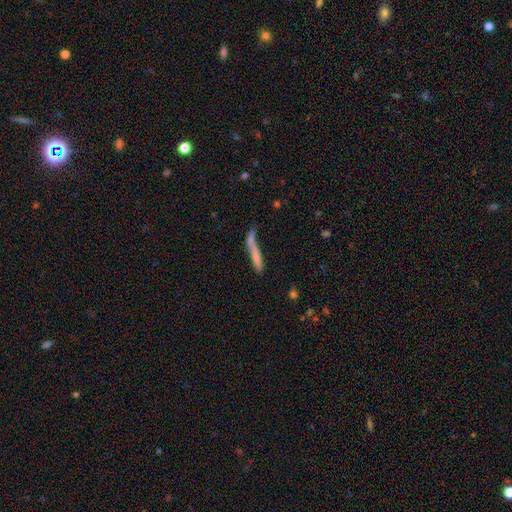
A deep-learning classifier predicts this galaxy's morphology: smooth 67%, featured or disk 25%, star or artifact 8%. Down the decision tree: how rounded — cigar-shaped (88%); merging — none (36%, tied with merger).